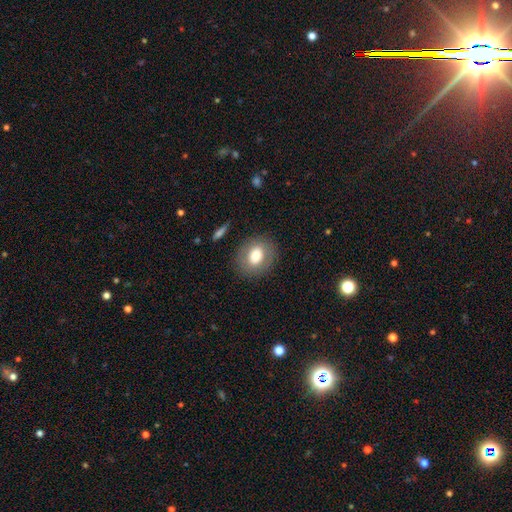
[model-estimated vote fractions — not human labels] The model was most divided on "how rounded": round: 52%, in between: 47%, cigar-shaped: 1%. More confident: merging — none (85%); smooth or featured — smooth (72%).